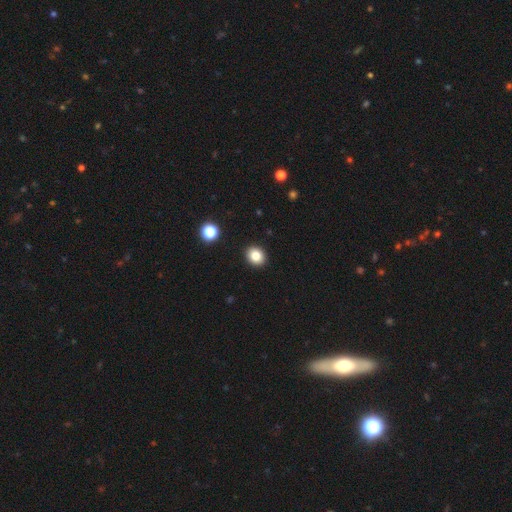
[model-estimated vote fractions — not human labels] Morphology: type=smooth (83%); roundness=round (60%); merging=none (91%).